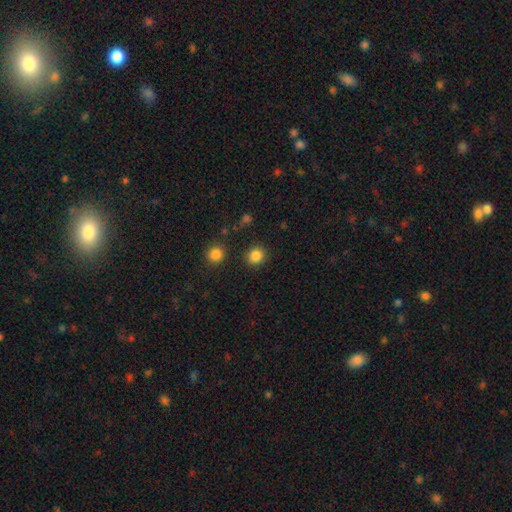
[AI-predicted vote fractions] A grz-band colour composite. It shows a smooth galaxy with no disk features (86%) that is round (88%). Merging: none (89%).